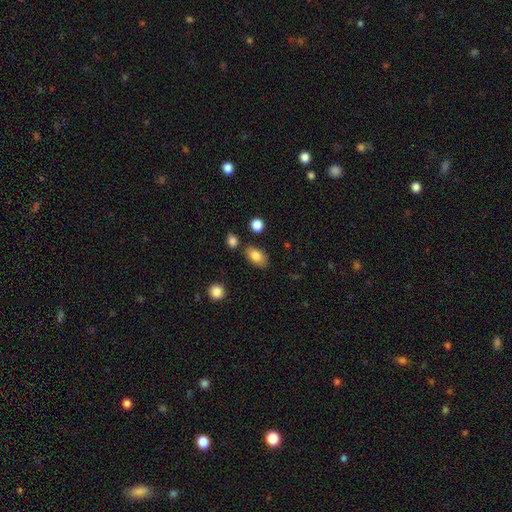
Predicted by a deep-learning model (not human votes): A smooth galaxy with no disk features (82%) that is in between round and cigar-shaped (90%).

Vote fractions:
- Smooth or featured? smooth: 82% / featured or disk: 10% / star or artifact: 8%
- How rounded? in between: 90% / round: 7% / cigar-shaped: 3%
- Merging? none: 78% / minor disturbance: 13% / merger: 6% / major disturbance: 3%